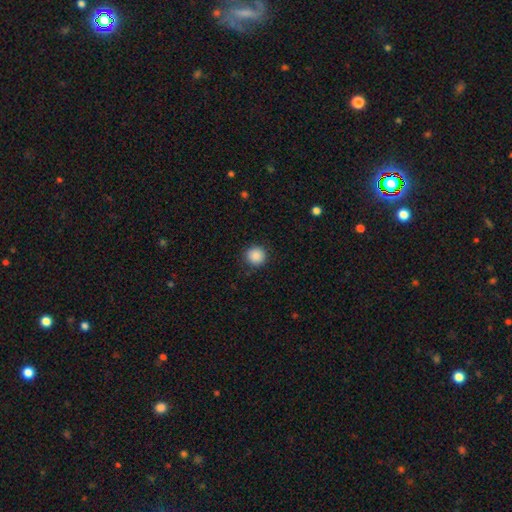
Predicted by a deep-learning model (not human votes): This is clearly a smooth galaxy (88%). How rounded: clearly round (94%). Merging: clearly none (89%).